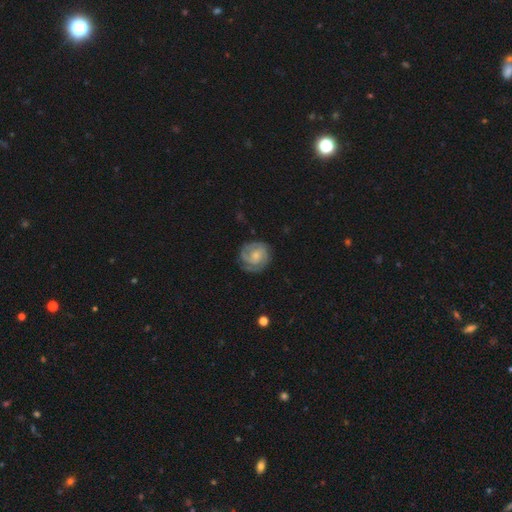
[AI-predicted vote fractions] smooth-or-featured: featured or disk: 74% | smooth: 20% | star or artifact: 5%
  disk-edge-on: no: 98% | yes: 2%
    bar: no: 67% | weak: 28% | strong: 4%
    has-spiral-arms: yes: 94% | no: 6%
      spiral-winding: tight: 61% | medium: 31% | loose: 8%
      spiral-arm-count: 2: 47% | can't tell: 20% | 3: 18% | 1: 8% | 4: 3% | more than 4: 3%
    bulge-size: small: 49% | moderate: 39% | none: 7% | large: 3% | dominant: 1%
  merging: none: 73% | minor disturbance: 18% | major disturbance: 7% | merger: 1%